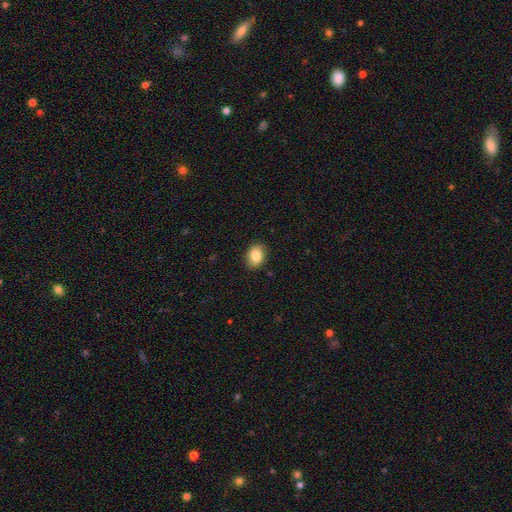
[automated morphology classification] Overall: smooth (84%). How rounded: in between (66%; round 33%). Merging: none (89%).